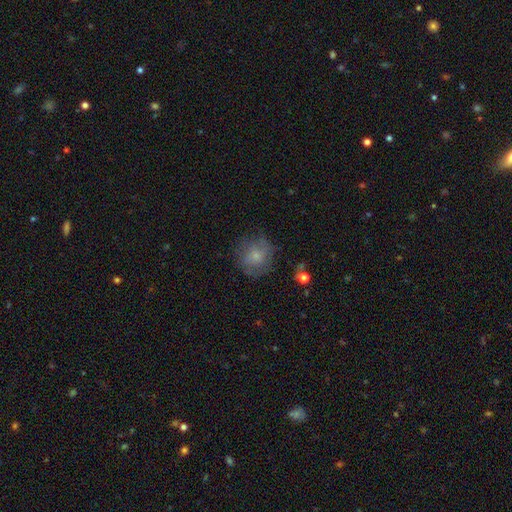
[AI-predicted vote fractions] A smooth galaxy with no disk features (68%) that is round (88%).

Vote fractions:
- Smooth or featured? smooth: 68% / featured or disk: 22% / star or artifact: 10%
- How rounded? round: 88% / in between: 11% / cigar-shaped: 1%
- Merging? none: 70% / minor disturbance: 19% / major disturbance: 10% / merger: 2%